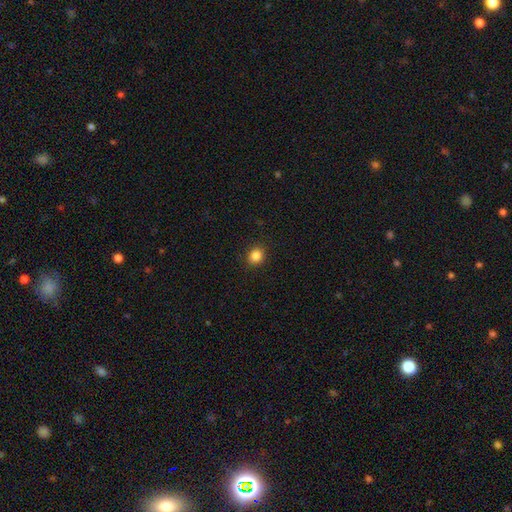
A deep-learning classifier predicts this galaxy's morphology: Q: Smooth or featured?
A: smooth (85%); runner-up: star or artifact (11%)
Q: How rounded?
A: round (74%); runner-up: in between (25%)
Q: Merging?
A: none (90%); runner-up: minor disturbance (7%)